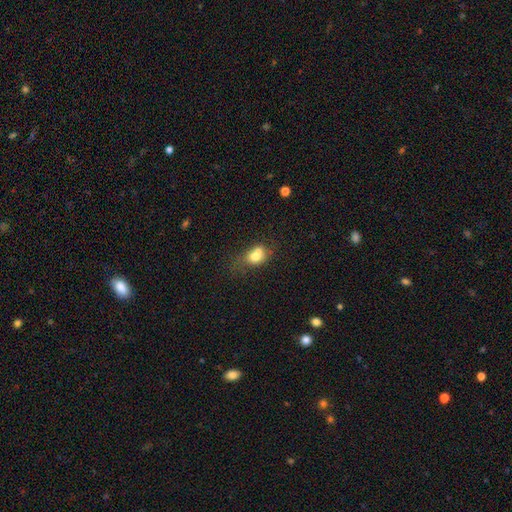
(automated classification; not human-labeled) A smooth galaxy with no disk features (71%) that is in between round and cigar-shaped (55%).

Vote fractions:
- Smooth or featured? smooth: 71% / featured or disk: 18% / star or artifact: 11%
- How rounded? in between: 55% / round: 43% / cigar-shaped: 2%
- Merging? merger: 46% / none: 28% / minor disturbance: 16% / major disturbance: 9%